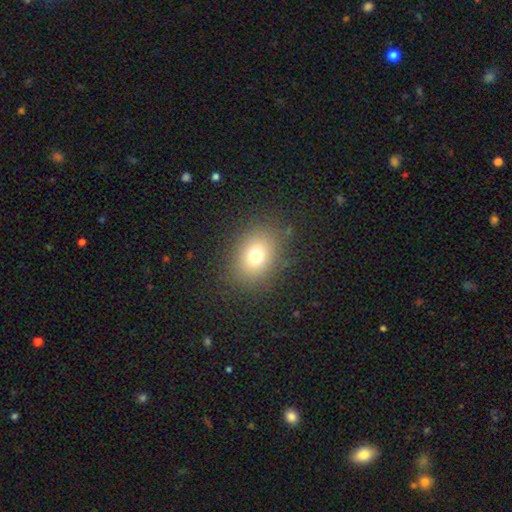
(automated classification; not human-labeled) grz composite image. It shows a smooth galaxy with no disk features (73%) that is in between round and cigar-shaped (51%). Merging: none (84%).